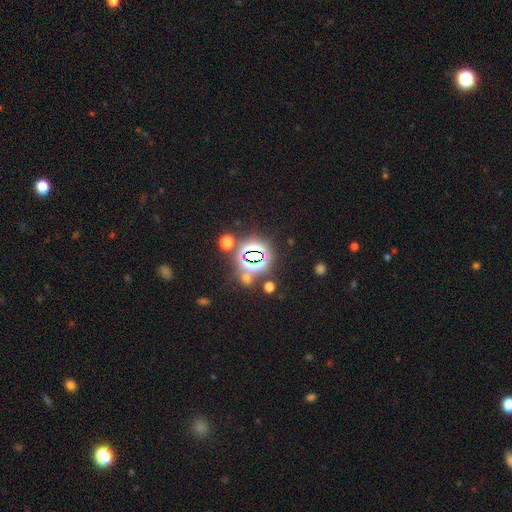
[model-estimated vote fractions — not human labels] Morphology: type=star or artifact (81%).